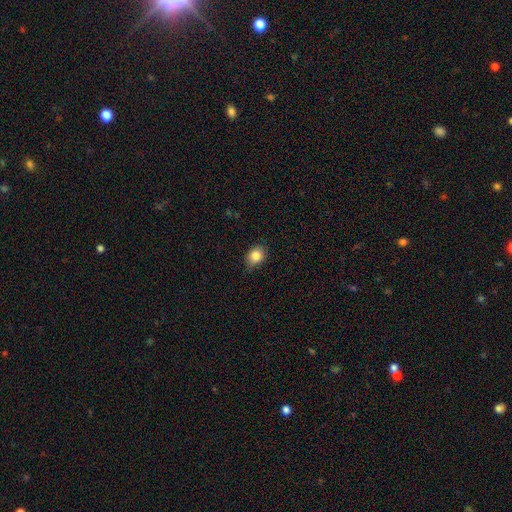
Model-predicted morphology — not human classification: A smooth galaxy with no disk features (84%) that is round (55%). Merging: none (71%).